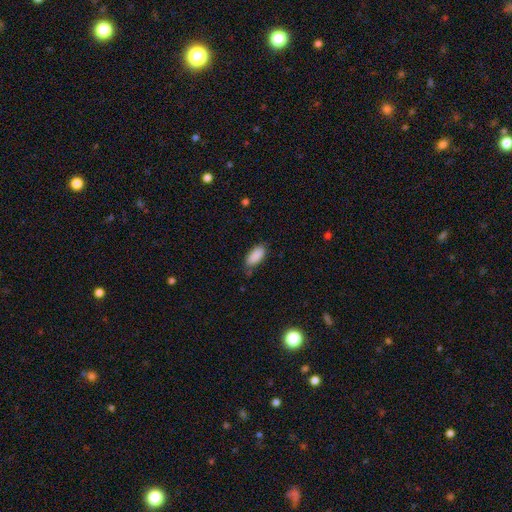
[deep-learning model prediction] A smooth galaxy with no disk features (89%) that is in between round and cigar-shaped (90%).

Vote fractions:
- Smooth or featured? smooth: 89% / star or artifact: 7% / featured or disk: 4%
- How rounded? in between: 90% / cigar-shaped: 8% / round: 2%
- Merging? none: 71% / minor disturbance: 22% / major disturbance: 4% / merger: 2%